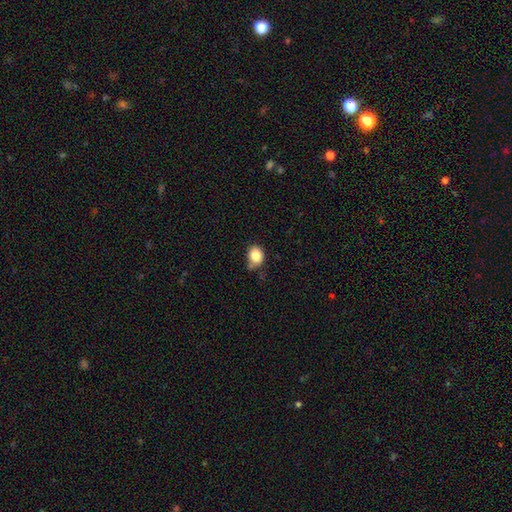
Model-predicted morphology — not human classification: Overall: smooth (85%). How rounded: round (51%; in between 48%). Merging: none (62%; minor disturbance 26%).